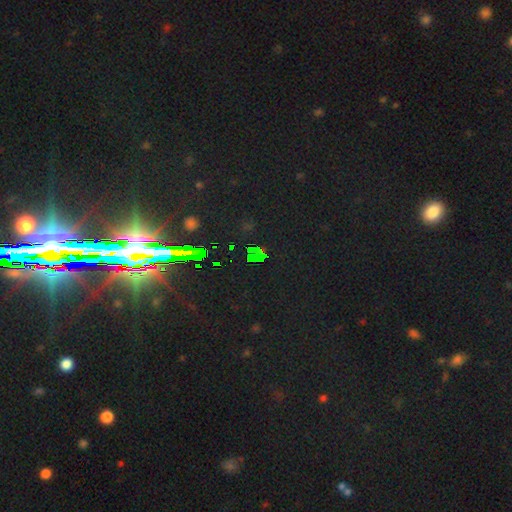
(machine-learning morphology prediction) The model was most divided on "smooth or featured": star or artifact: 76%, smooth: 16%, featured or disk: 8%.